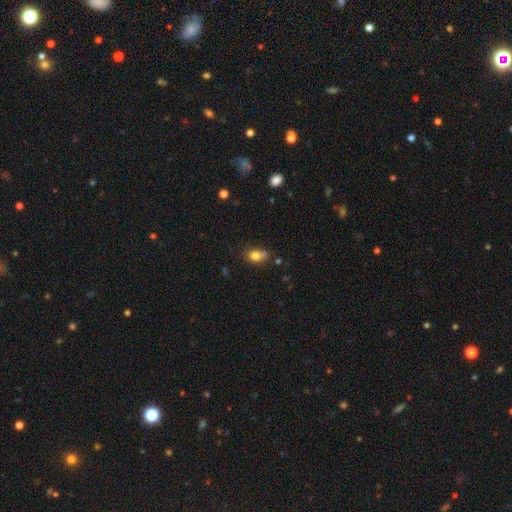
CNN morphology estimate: Smooth or featured?
  - smooth: 78% *
  - featured or disk: 11%
  - star or artifact: 11%
How rounded?
  - in between: 60% *
  - round: 38%
  - cigar-shaped: 2%
Merging?
  - none: 50% *
  - minor disturbance: 22%
  - merger: 21%
  - major disturbance: 7%